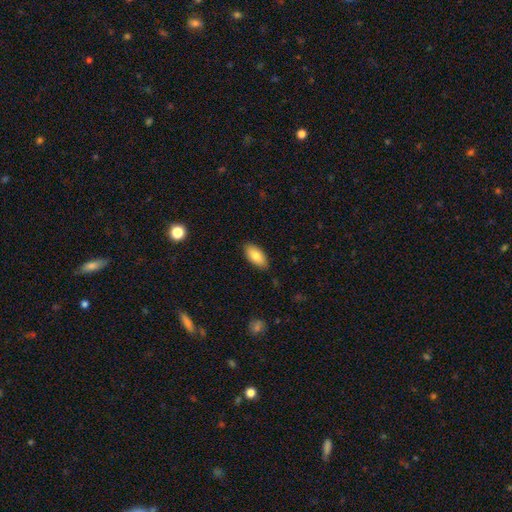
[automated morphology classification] Smooth or featured?
  - smooth: 81% *
  - featured or disk: 12%
  - star or artifact: 7%
How rounded?
  - in between: 91% *
  - cigar-shaped: 6%
  - round: 3%
Merging?
  - none: 85% *
  - minor disturbance: 12%
  - major disturbance: 2%
  - merger: 1%